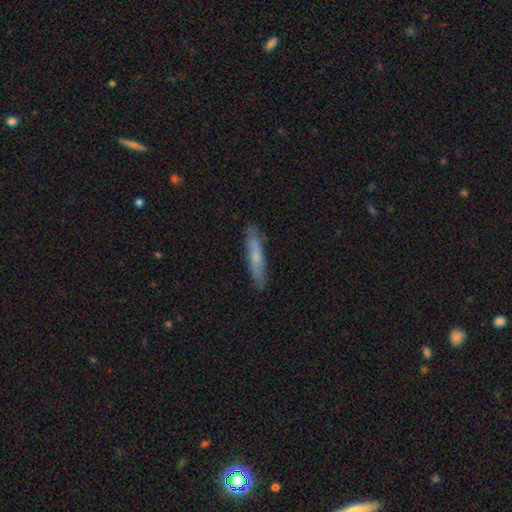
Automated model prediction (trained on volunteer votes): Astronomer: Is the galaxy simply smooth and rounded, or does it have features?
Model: smooth — 63%.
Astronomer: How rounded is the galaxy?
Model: cigar-shaped — 90%.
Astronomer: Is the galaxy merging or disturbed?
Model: none — 86%.